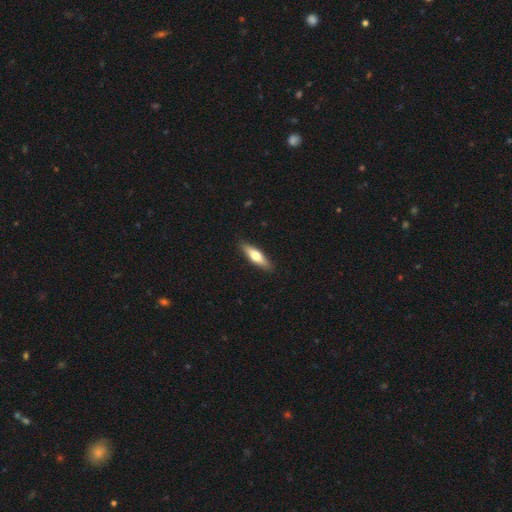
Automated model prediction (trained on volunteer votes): Smooth or featured? smooth (62%)
How rounded? cigar-shaped (61%)
Merging? none (89%)